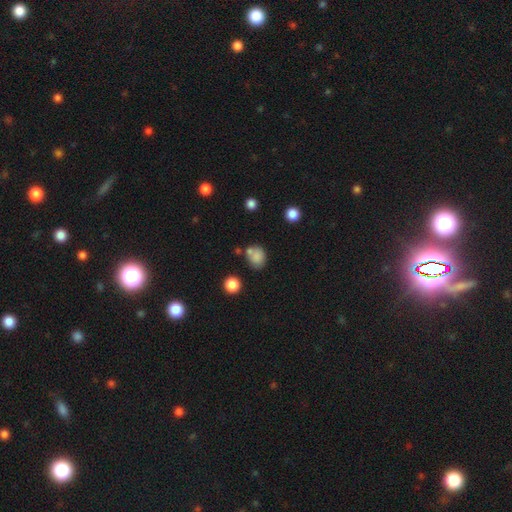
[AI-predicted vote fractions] smooth 81%, star or artifact 12%, featured or disk 7%. Down the decision tree: how rounded — round (53%); merging — none (58%).